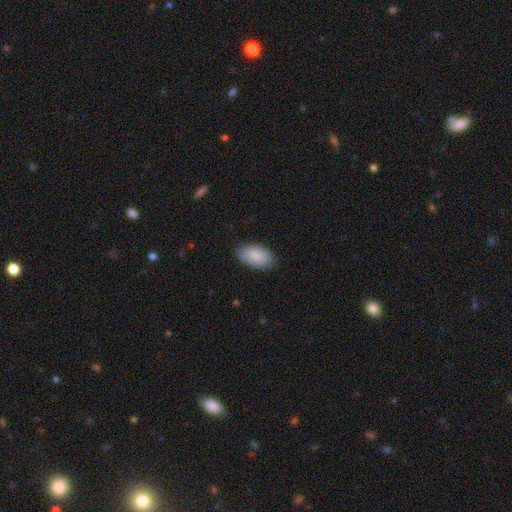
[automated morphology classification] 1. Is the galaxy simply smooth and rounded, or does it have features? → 87% smooth, 7% featured or disk, 6% star or artifact.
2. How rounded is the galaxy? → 95% in between, 4% round, 2% cigar-shaped.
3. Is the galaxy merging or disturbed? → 83% none, 13% minor disturbance, 3% major disturbance, 1% merger.